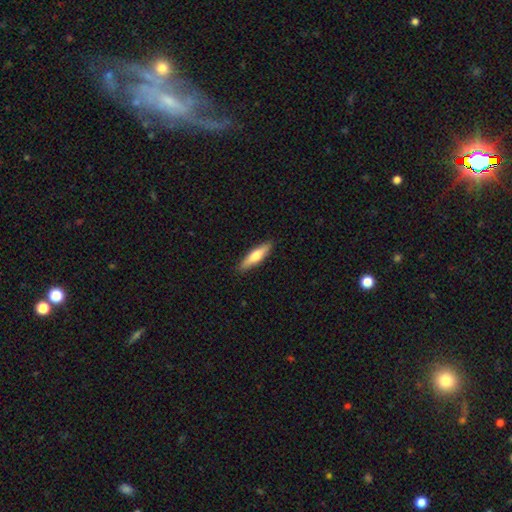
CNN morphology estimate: Smooth or featured?
  - smooth: 60% *
  - featured or disk: 35%
  - star or artifact: 5%
How rounded?
  - cigar-shaped: 74% *
  - in between: 24%
  - round: 2%
Merging?
  - none: 90% *
  - minor disturbance: 8%
  - major disturbance: 2%
  - merger: 1%